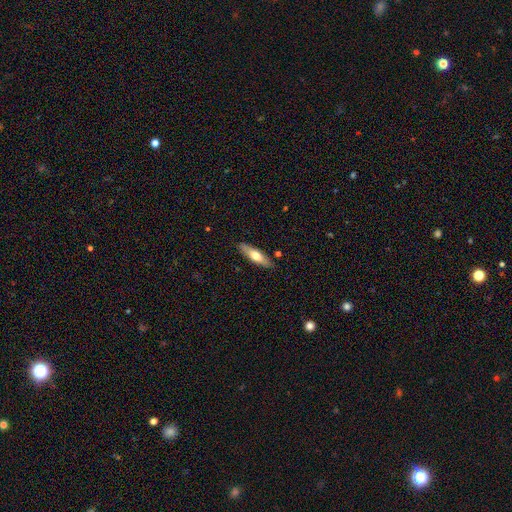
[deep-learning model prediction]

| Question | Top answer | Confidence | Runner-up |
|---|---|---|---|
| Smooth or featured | smooth | 59% | featured or disk (36%) |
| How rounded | cigar-shaped | 63% | in between (36%) |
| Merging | none | 87% | minor disturbance (9%) |